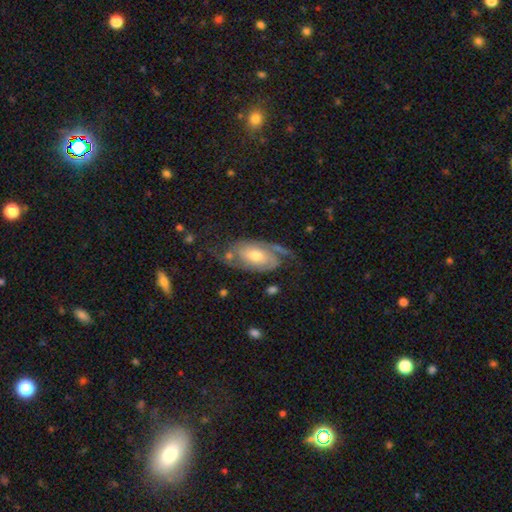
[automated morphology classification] A featured or disk galaxy (82%) with no bar (62%), 2 (85%) medium (41%) spiral arms (95%) and a moderate central bulge (65%). Merging: none (62%).